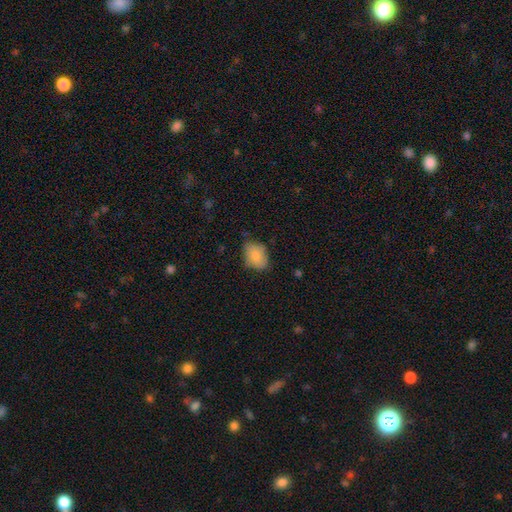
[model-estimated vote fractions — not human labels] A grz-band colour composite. It shows a smooth galaxy with no disk features (82%) that is in between round and cigar-shaped (75%). Merging: none (65%).